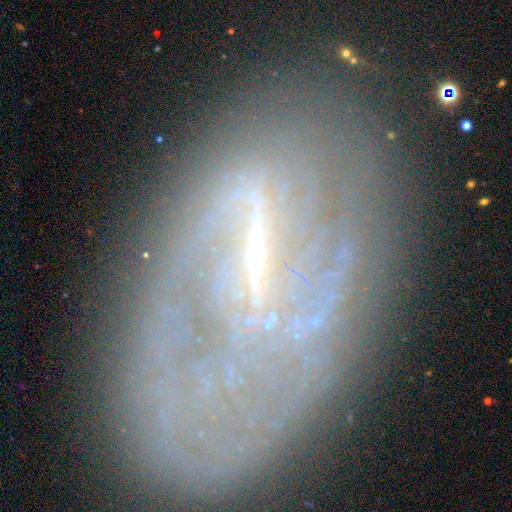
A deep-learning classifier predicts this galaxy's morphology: The model was most divided on "bulge size": small: 37%, none: 36%, moderate: 21%, large: 5%, dominant: 2%. More confident: edge-on disk — no (90%); smooth or featured — featured or disk (78%); spiral arms — yes (69%); merging — none (67%); bar — strong (58%).